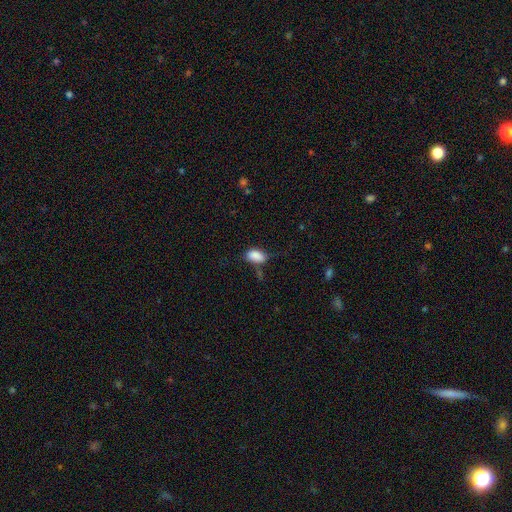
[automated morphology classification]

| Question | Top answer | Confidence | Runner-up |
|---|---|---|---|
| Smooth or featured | smooth | 85% | star or artifact (8%) |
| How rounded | in between | 91% | round (6%) |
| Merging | none | 46% | minor disturbance (32%) |